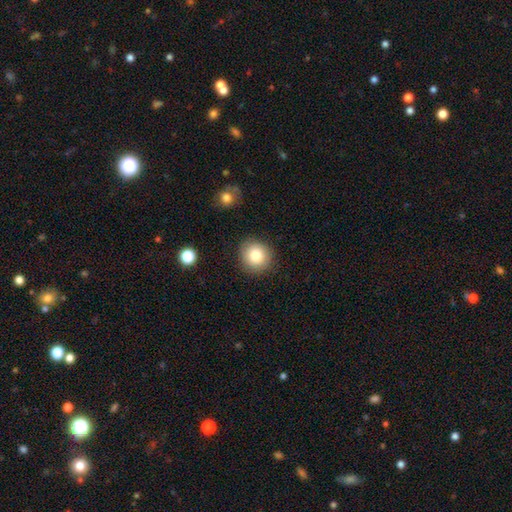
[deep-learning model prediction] Overall: smooth (81%). How rounded: round (91%). Merging: none (88%).